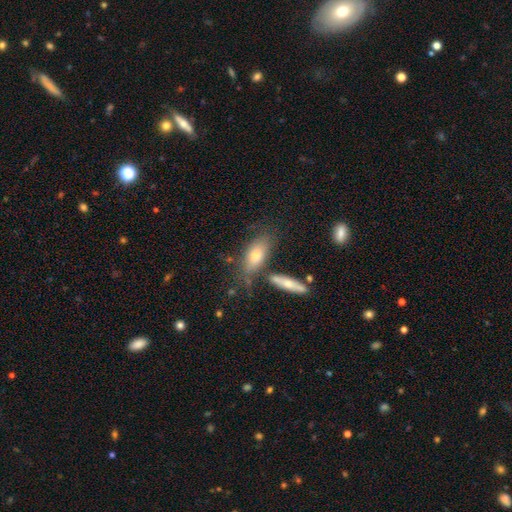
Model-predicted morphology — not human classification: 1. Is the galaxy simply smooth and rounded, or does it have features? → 70% smooth, 22% featured or disk, 8% star or artifact.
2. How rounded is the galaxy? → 80% in between, 16% cigar-shaped, 5% round.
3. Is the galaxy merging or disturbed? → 60% none, 18% merger, 16% minor disturbance, 6% major disturbance.